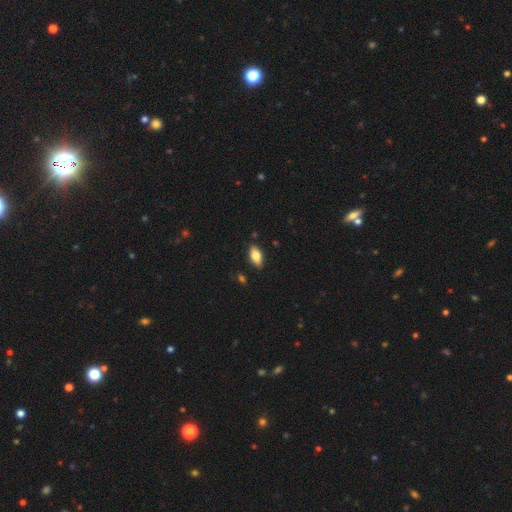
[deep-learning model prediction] This appears to be a smooth galaxy with no disk features (79%) that is in between round and cigar-shaped (89%). Merging: none (86%).